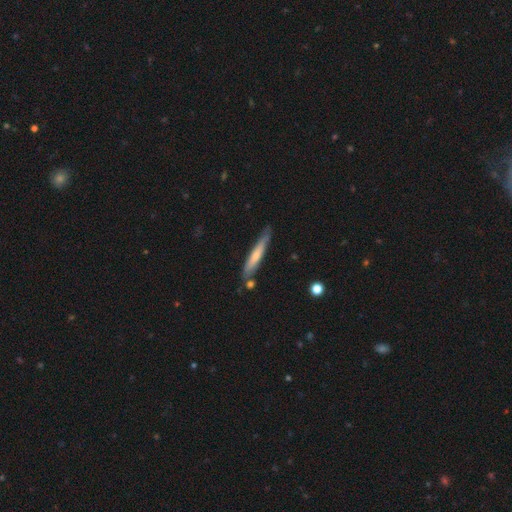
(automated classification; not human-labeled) This appears to be a smooth galaxy with no disk features (58%) that is cigar-shaped (93%). Merging: none (72%).